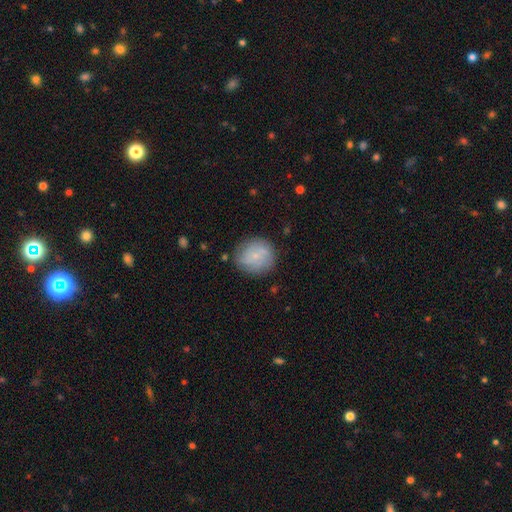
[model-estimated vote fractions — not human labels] The model was most divided on "smooth or featured": smooth: 65%, featured or disk: 27%, star or artifact: 8%. More confident: how rounded — round (91%); merging — none (78%).